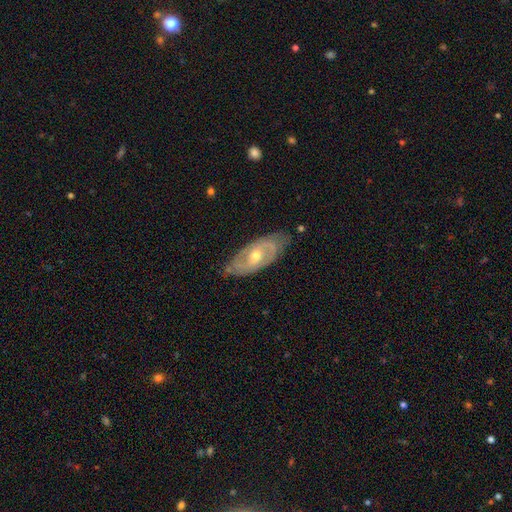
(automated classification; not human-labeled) A featured or disk galaxy (80%) with no bar (56%), 2 (62%) tight (57%) spiral arms (85%) and a moderate central bulge (60%).

Vote fractions:
- Smooth or featured? featured or disk: 80% / smooth: 14% / star or artifact: 6%
- Edge-on disk? no: 89% / yes: 11%
- Bar? no: 56% / weak: 34% / strong: 10%
- Spiral arms? yes: 85% / no: 15%
- Spiral winding? tight: 57% / medium: 33% / loose: 10%
- Spiral arm count? 2: 62% / can't tell: 25% / 3: 6% / 1: 3% / 4: 2% / more than 4: 2%
- Bulge size? moderate: 60% / small: 37% / large: 2% / none: 1% / dominant: 1%
- Merging? none: 77% / minor disturbance: 18% / major disturbance: 4% / merger: 1%